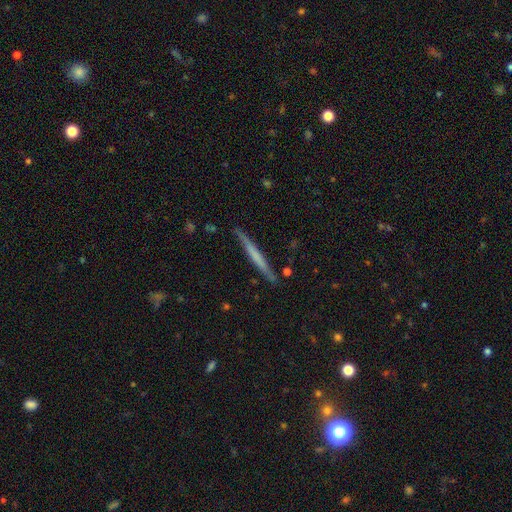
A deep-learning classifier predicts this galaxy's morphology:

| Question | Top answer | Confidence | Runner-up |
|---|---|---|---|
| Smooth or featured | featured or disk | 50% | smooth (44%) |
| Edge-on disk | yes | 97% | no (3%) |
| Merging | none | 88% | minor disturbance (9%) |